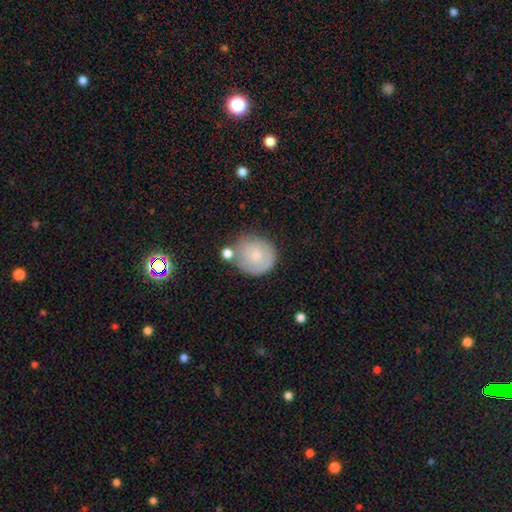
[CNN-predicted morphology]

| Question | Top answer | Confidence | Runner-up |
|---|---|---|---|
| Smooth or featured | smooth | 68% | featured or disk (24%) |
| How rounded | round | 86% | in between (13%) |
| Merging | none | 63% | minor disturbance (21%) |